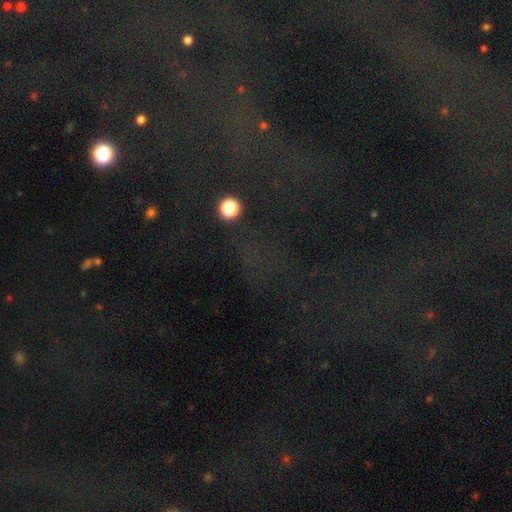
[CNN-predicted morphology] Smooth or featured: star or artifact — 73% (smooth — 15%)